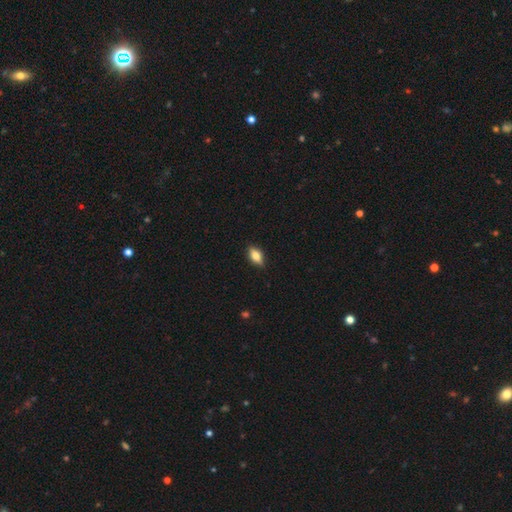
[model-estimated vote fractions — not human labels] The model was most divided on "smooth or featured": smooth: 68%, featured or disk: 24%, star or artifact: 8%. More confident: merging — none (86%); how rounded — in between (82%).